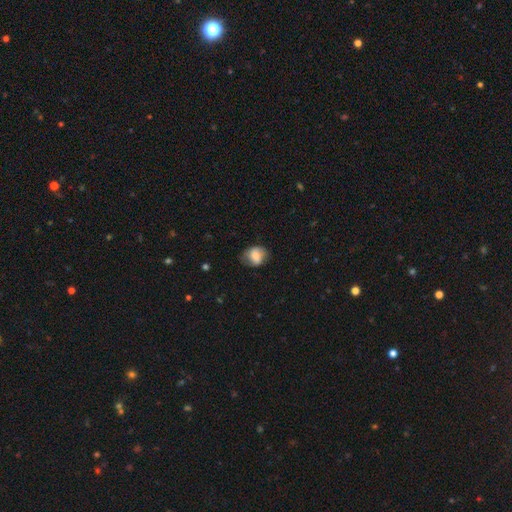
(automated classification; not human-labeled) Smooth or featured? Predicted: smooth (p=0.67). How rounded? Predicted: round (p=0.53). Merging? Predicted: none (p=0.66).